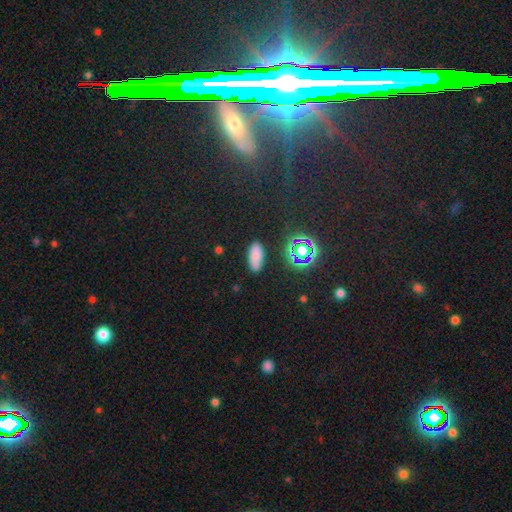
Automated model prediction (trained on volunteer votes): Smooth or featured: smooth — 75% (star or artifact — 17%)
How rounded: in between — 83% (cigar-shaped — 14%)
Merging: none — 83% (minor disturbance — 12%)